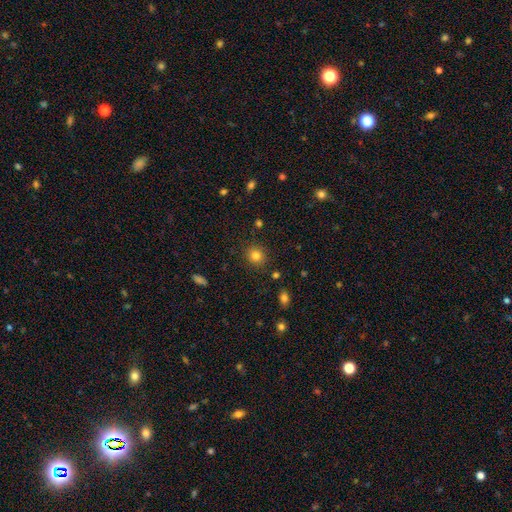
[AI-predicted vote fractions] smooth 82%, star or artifact 12%, featured or disk 6%. Down the decision tree: how rounded — round (83%); merging — none (88%).